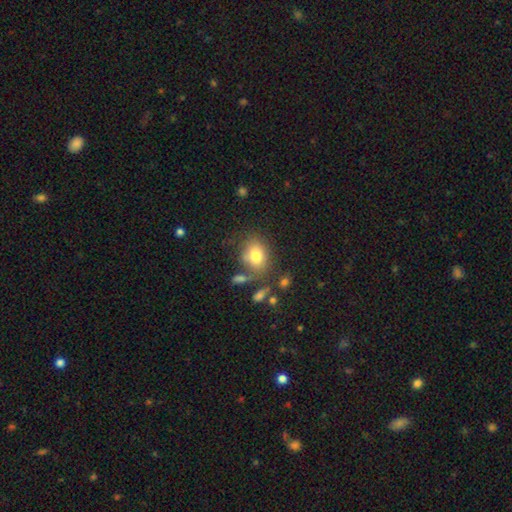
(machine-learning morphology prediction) smooth 77%, featured or disk 12%, star or artifact 10%. Down the decision tree: how rounded — in between (58%); merging — none (66%).